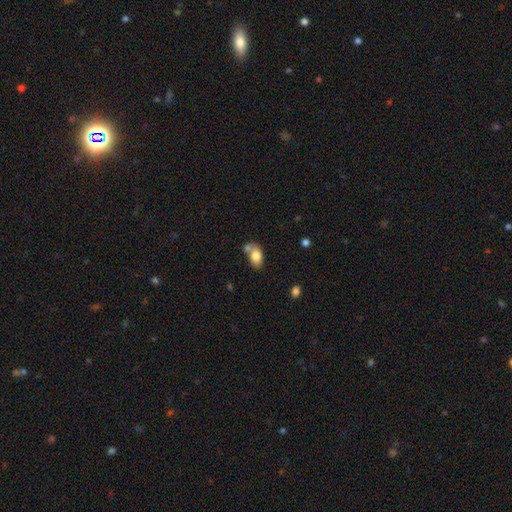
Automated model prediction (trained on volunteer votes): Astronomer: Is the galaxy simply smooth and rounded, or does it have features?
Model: smooth — 80%.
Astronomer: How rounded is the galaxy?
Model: in between — 83%.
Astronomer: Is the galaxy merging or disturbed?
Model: none — 40% (runner-up: merger, 37%).